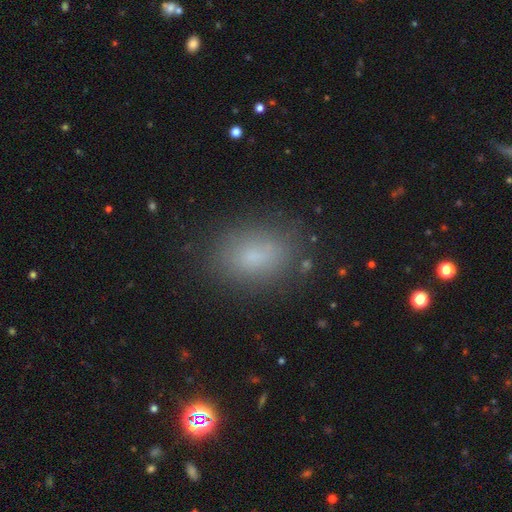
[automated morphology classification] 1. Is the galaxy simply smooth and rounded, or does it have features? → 77% smooth, 13% star or artifact, 10% featured or disk.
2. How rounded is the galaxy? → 82% in between, 15% round, 2% cigar-shaped.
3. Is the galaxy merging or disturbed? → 81% none, 13% minor disturbance, 4% major disturbance, 2% merger.